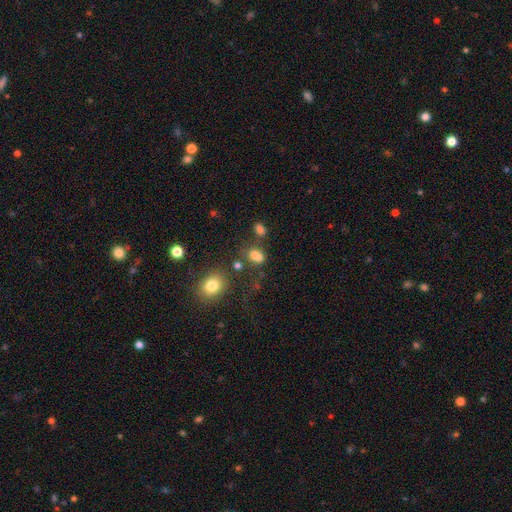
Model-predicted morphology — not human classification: Overall: smooth (76%). How rounded: in between (73%). Merging: none (50%; merger 24%).